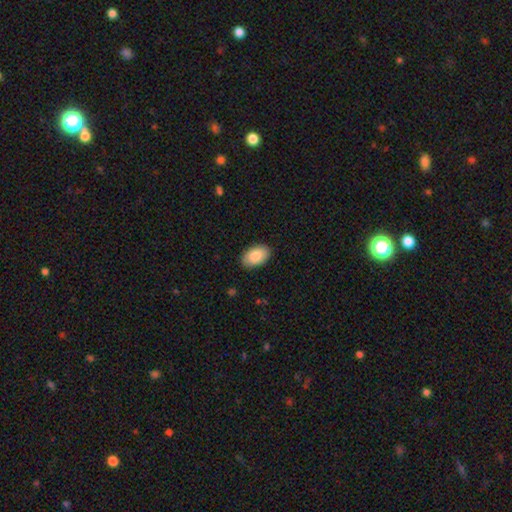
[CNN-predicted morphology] Q: Smooth or featured?
A: smooth (85%); runner-up: featured or disk (9%)
Q: How rounded?
A: in between (93%); runner-up: round (6%)
Q: Merging?
A: none (88%); runner-up: minor disturbance (9%)